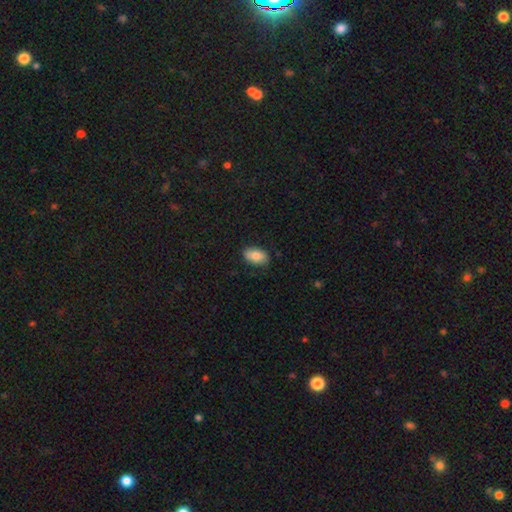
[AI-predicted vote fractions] Smooth or featured? smooth (80%)
How rounded? in between (91%)
Merging? none (83%)